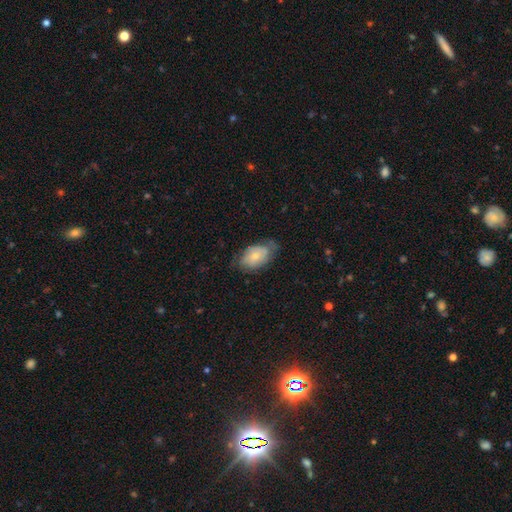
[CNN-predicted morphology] Smooth or featured? Predicted: smooth (p=0.62). How rounded? Predicted: in between (p=0.89). Merging? Predicted: none (p=0.52).